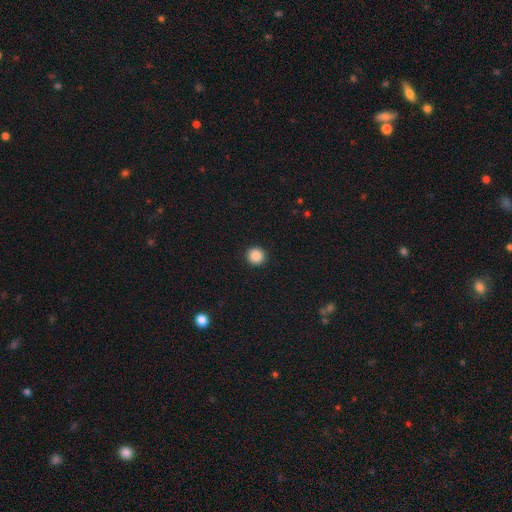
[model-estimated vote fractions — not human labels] This appears to be a smooth galaxy with no disk features (88%) that is round (94%). Merging: none (93%).